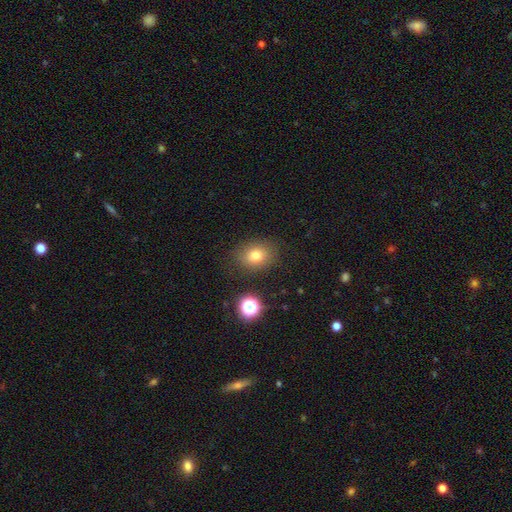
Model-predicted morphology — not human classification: Smooth or featured?
  - smooth: 76% *
  - star or artifact: 14%
  - featured or disk: 10%
How rounded?
  - in between: 55% *
  - round: 44%
  - cigar-shaped: 1%
Merging?
  - none: 82% *
  - minor disturbance: 12%
  - major disturbance: 4%
  - merger: 2%